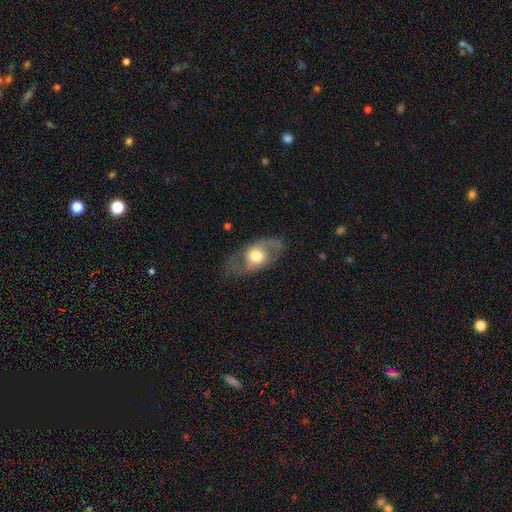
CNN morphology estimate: Smooth or featured? featured or disk (60%)
Edge-on disk? no (87%)
Bar? no (77%)
Spiral arms? yes (52%)
Bulge size? moderate (48%)
Merging? none (75%)